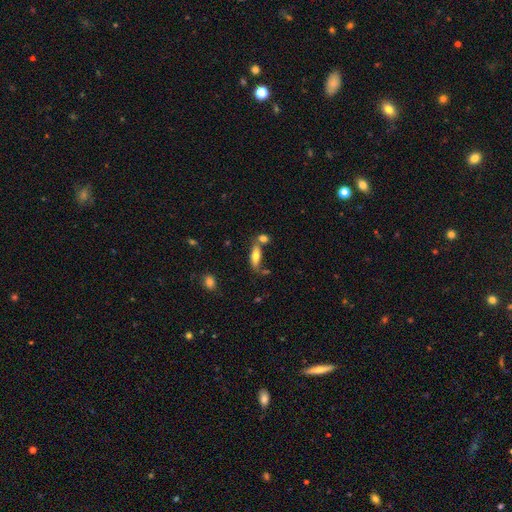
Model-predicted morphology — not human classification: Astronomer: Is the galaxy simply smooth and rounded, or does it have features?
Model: smooth — 74%.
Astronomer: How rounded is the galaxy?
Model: in between — 64%.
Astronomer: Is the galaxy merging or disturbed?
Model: none — 56%.